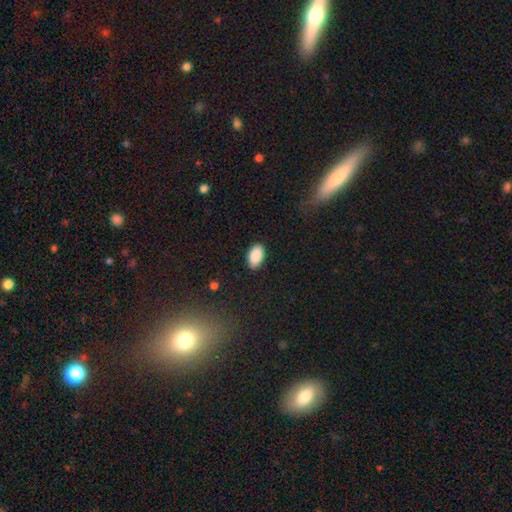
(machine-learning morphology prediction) smooth 90%, star or artifact 7%, featured or disk 4%. Down the decision tree: how rounded — in between (94%); merging — none (88%).